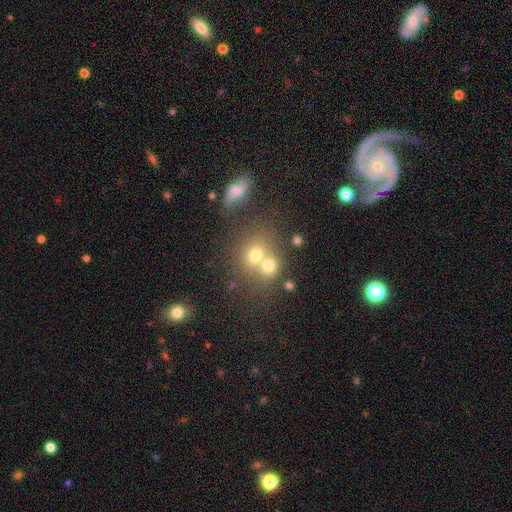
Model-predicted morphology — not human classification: smooth 56%, featured or disk 24%, star or artifact 20%. Down the decision tree: how rounded — round (72%); merging — merger (48%).